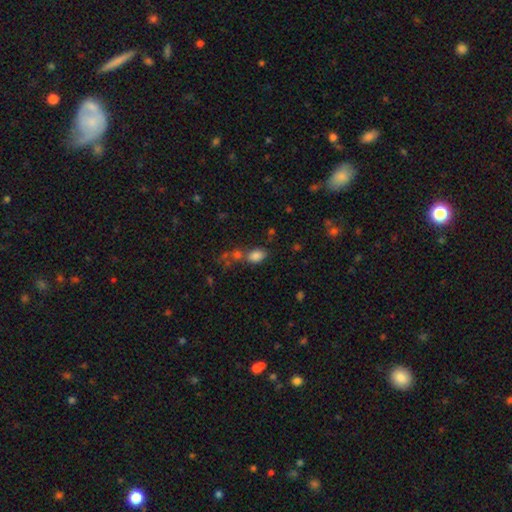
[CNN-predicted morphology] Overall: smooth (81%). How rounded: in between (86%). Merging: none (49%; merger 31%).